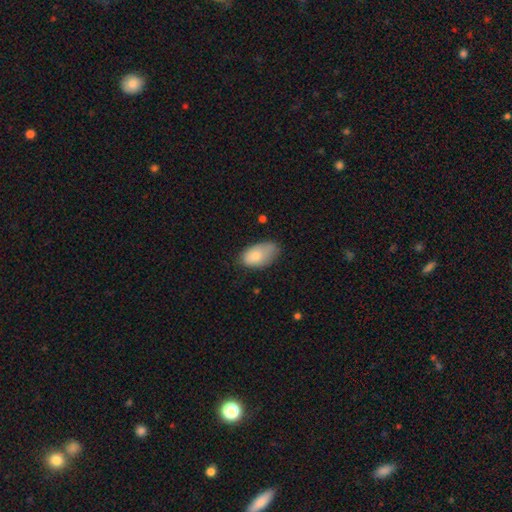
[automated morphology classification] Smooth or featured: smooth — 79% (featured or disk — 14%)
How rounded: in between — 93% (round — 5%)
Merging: none — 45% (minor disturbance — 39%)